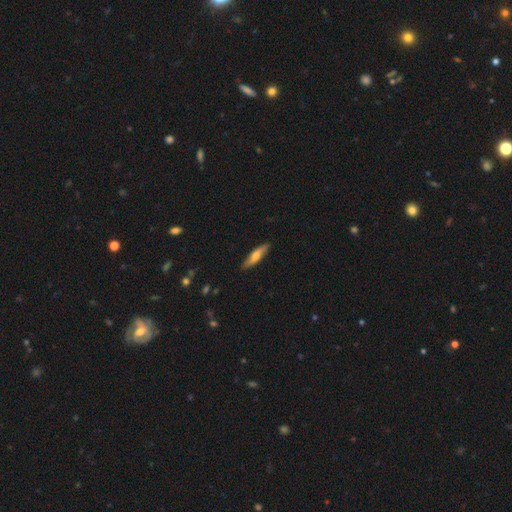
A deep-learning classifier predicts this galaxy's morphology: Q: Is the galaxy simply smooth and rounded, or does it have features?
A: smooth — 61%.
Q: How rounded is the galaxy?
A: cigar-shaped — 73%.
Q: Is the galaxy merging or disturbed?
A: none — 86%.